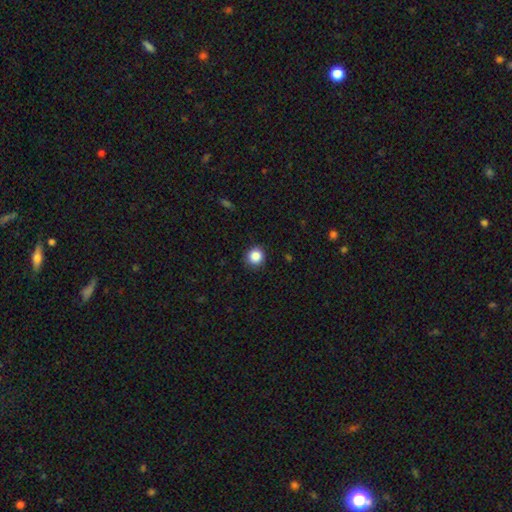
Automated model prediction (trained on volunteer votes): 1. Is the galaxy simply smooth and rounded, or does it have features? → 87% smooth, 10% star or artifact, 3% featured or disk.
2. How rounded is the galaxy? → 94% round, 5% in between, 1% cigar-shaped.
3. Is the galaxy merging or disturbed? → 90% none, 7% minor disturbance, 2% major disturbance, 1% merger.